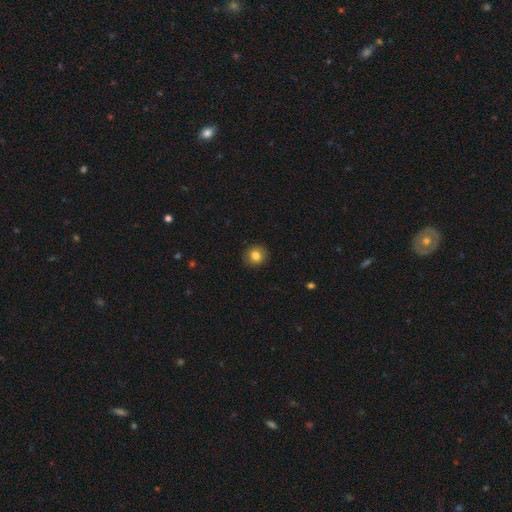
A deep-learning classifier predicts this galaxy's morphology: A smooth galaxy with no disk features (82%) that is round (87%). Merging: none (90%).